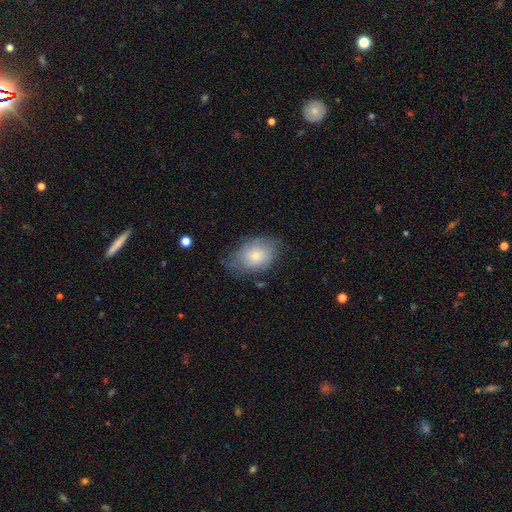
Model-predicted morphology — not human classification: smooth 56%, featured or disk 36%, star or artifact 7%. Down the decision tree: how rounded — in between (78%); merging — none (60%).